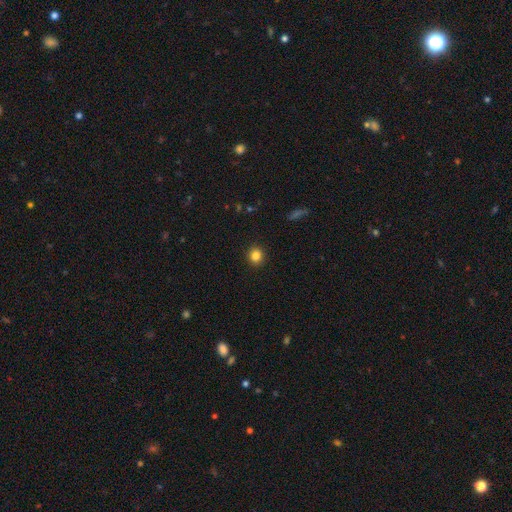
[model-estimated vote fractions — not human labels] Overall: smooth (83%). How rounded: round (87%). Merging: none (92%).